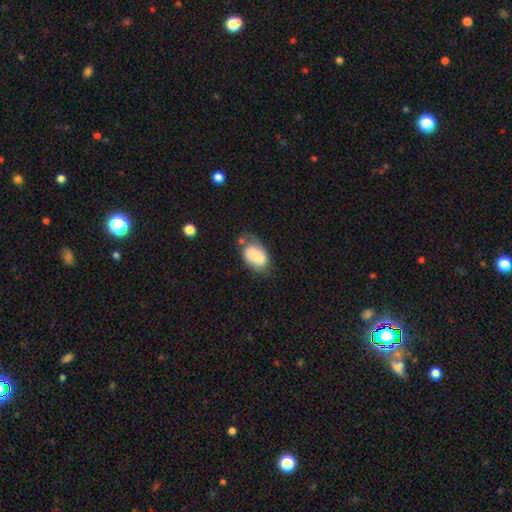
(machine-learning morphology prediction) smooth 66%, featured or disk 26%, star or artifact 8%. Down the decision tree: how rounded — in between (90%); merging — none (46%).